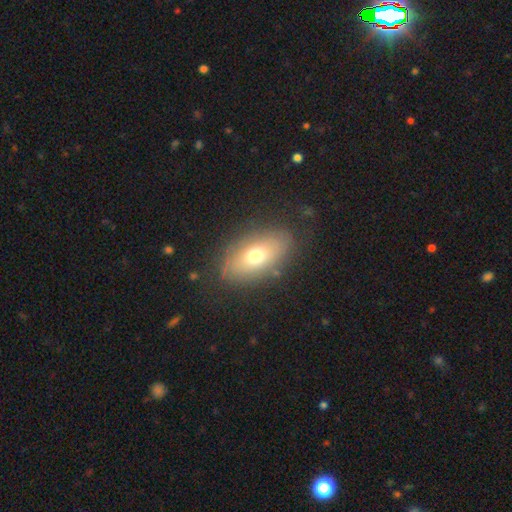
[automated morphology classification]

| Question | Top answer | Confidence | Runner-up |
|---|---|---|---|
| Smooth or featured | smooth | 66% | featured or disk (25%) |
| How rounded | in between | 89% | round (7%) |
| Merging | none | 81% | minor disturbance (13%) |